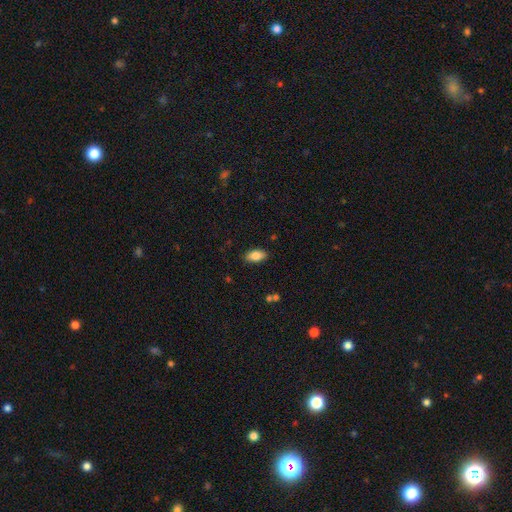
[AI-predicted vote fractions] Smooth or featured?
  - smooth: 83% *
  - featured or disk: 10%
  - star or artifact: 7%
How rounded?
  - in between: 91% *
  - cigar-shaped: 5%
  - round: 4%
Merging?
  - none: 85% *
  - minor disturbance: 11%
  - major disturbance: 2%
  - merger: 1%